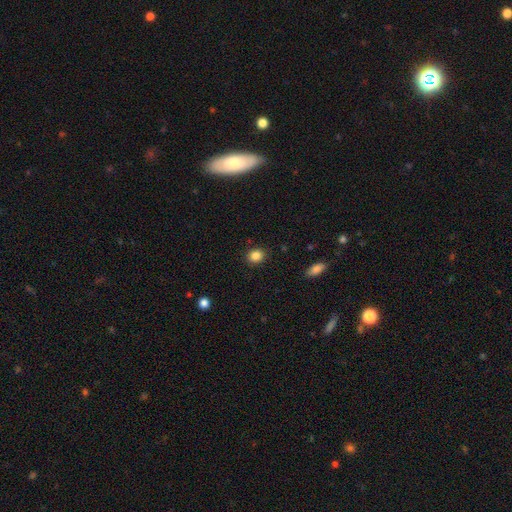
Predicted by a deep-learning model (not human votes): Smooth or featured? Predicted: smooth (p=0.85). How rounded? Predicted: round (p=0.64). Merging? Predicted: none (p=0.89).